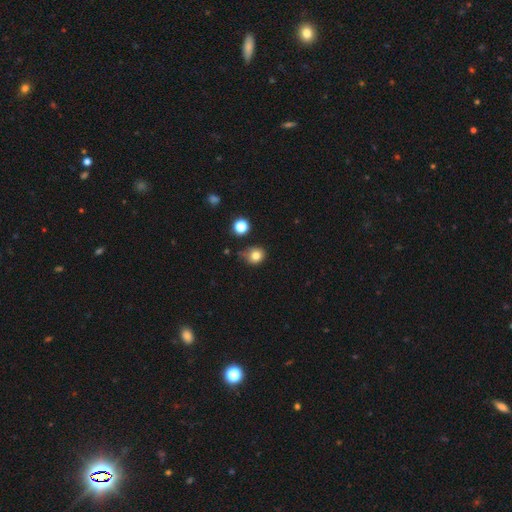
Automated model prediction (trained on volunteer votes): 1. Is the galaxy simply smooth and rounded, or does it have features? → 80% smooth, 13% star or artifact, 8% featured or disk.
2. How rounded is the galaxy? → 72% round, 27% in between, 1% cigar-shaped.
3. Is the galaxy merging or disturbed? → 62% none, 28% minor disturbance, 6% major disturbance, 5% merger.